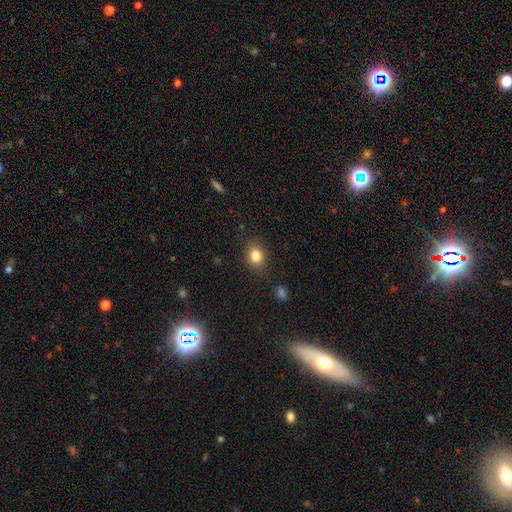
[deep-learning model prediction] This appears to be a smooth galaxy with no disk features (82%) that is round (51%). Merging: none (84%).